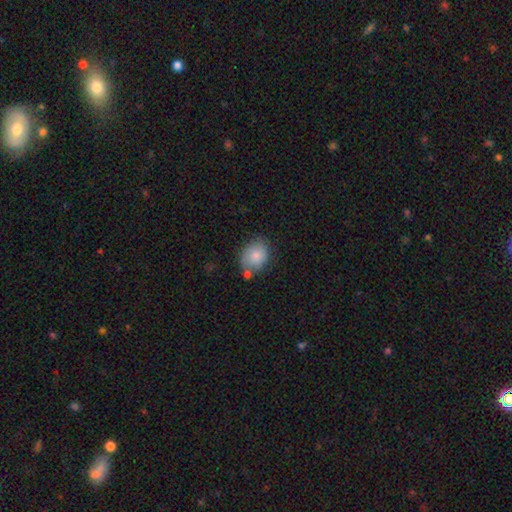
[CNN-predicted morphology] This is clearly a smooth galaxy (82%). How rounded: possibly round (52%). Merging: likely none (64%).